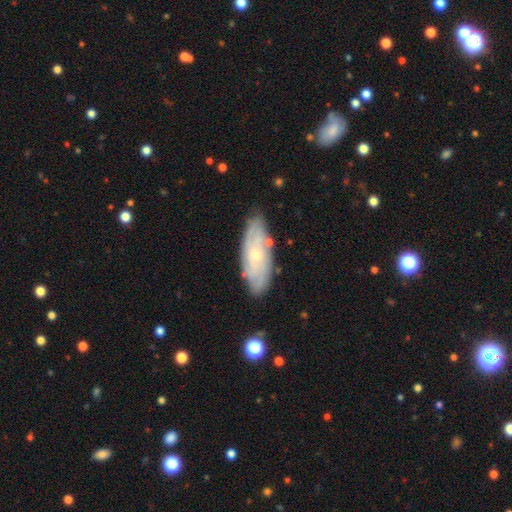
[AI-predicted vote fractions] A featured or disk galaxy (56%). Merging: none (80%).